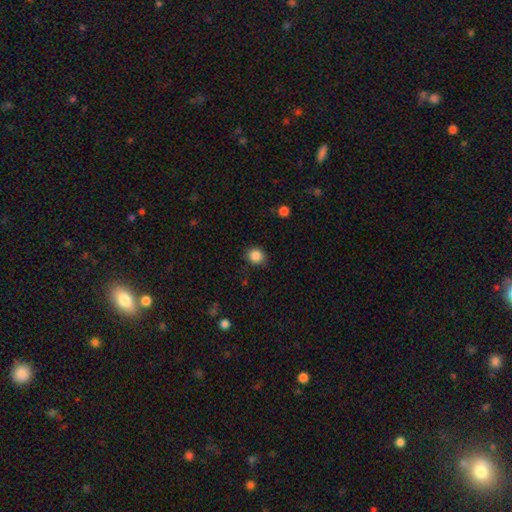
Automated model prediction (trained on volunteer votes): Smooth or featured? Predicted: smooth (p=0.86). How rounded? Predicted: round (p=0.73). Merging? Predicted: none (p=0.81).